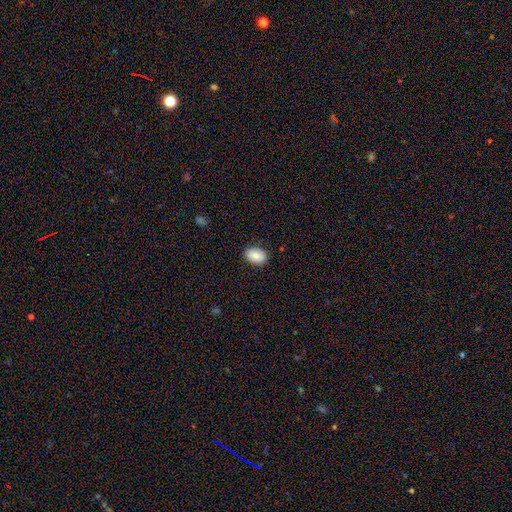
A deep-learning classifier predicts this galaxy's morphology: Smooth or featured?
  - smooth: 82% *
  - featured or disk: 10%
  - star or artifact: 7%
How rounded?
  - in between: 79% *
  - round: 20%
  - cigar-shaped: 1%
Merging?
  - none: 87% *
  - minor disturbance: 10%
  - major disturbance: 2%
  - merger: 1%